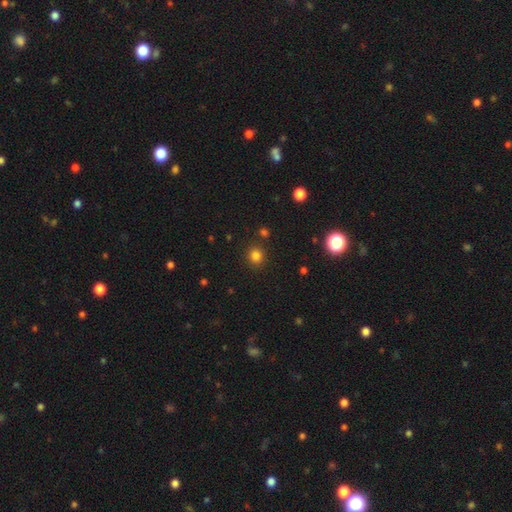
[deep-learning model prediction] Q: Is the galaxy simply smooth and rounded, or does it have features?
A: smooth — 80%.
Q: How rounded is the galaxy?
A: round — 86%.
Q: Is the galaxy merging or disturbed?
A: none — 87%.